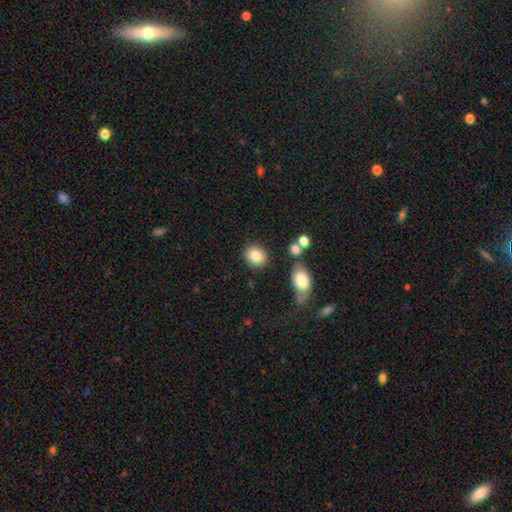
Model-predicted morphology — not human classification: This appears to be a smooth galaxy with no disk features (85%) that is round (67%). Merging: none (83%).